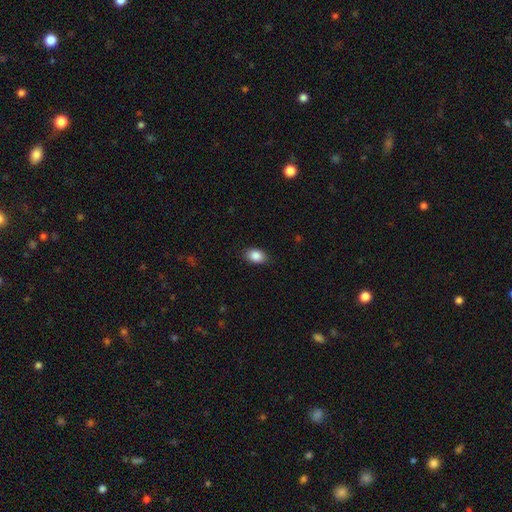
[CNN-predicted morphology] Smooth or featured? Predicted: smooth (p=0.88). How rounded? Predicted: in between (p=0.84). Merging? Predicted: none (p=0.85).